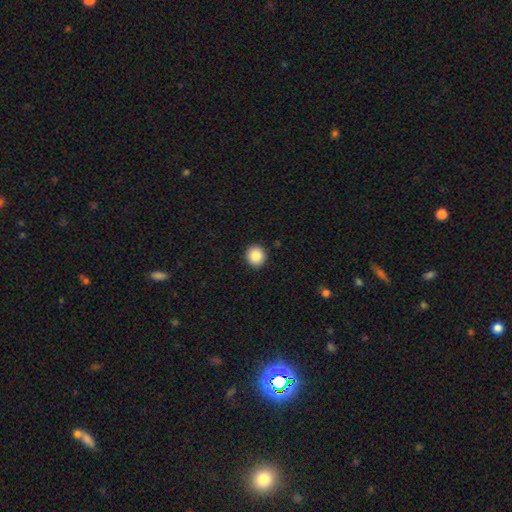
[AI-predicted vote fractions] smooth-or-featured: smooth: 86% | star or artifact: 9% | featured or disk: 5%
  how-rounded: round: 90% | in between: 9% | cigar-shaped: 1%
  merging: none: 93% | minor disturbance: 5% | major disturbance: 2% | merger: 1%